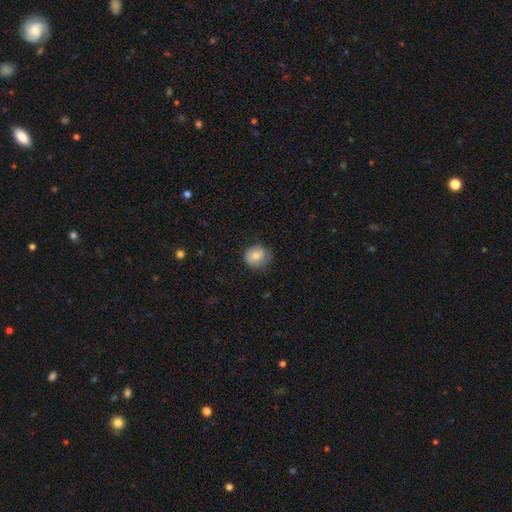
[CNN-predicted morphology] A smooth galaxy with no disk features (71%) that is round (69%). Merging: none (62%).